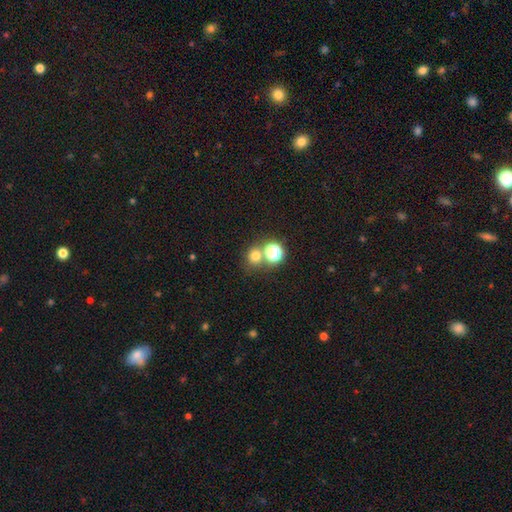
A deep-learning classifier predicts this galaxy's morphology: Q: Smooth or featured?
A: smooth (70%); runner-up: star or artifact (22%)
Q: How rounded?
A: round (85%); runner-up: in between (14%)
Q: Merging?
A: none (62%); runner-up: merger (27%)